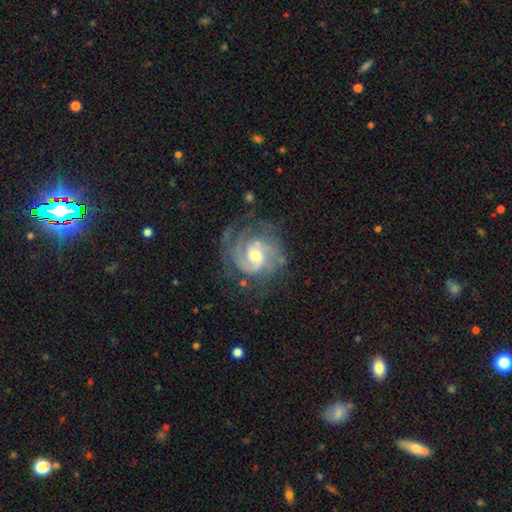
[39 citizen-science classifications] This is clearly a featured or disk galaxy (95%). It is clearly not viewed edge-on (100%). Bar: possibly no (54%). Spiral arm pattern: clearly yes (100%). Spiral arm count: marginally 2 (38%). Spiral winding: likely tight (68%). Central bulge: possibly moderate (59%). Merging: likely none (61%).